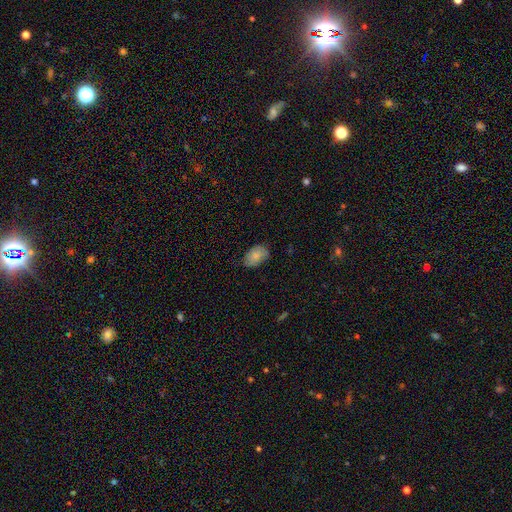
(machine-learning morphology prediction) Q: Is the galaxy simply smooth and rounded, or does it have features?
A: smooth — 78%.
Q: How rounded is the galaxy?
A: in between — 89%.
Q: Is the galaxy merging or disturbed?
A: none — 72%.